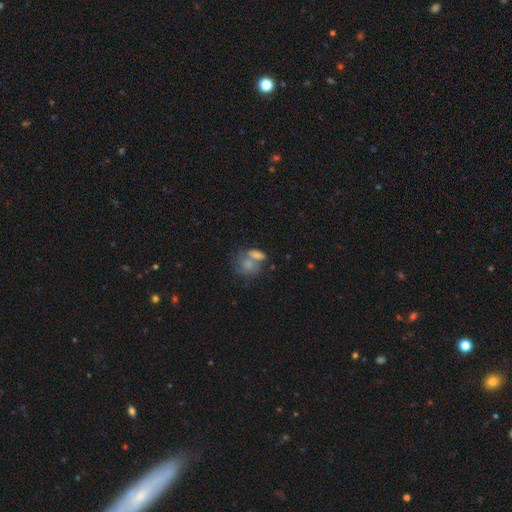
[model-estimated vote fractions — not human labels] Smooth or featured? Predicted: smooth (p=0.52). How rounded? Predicted: in between (p=0.60). Merging? Predicted: merger (p=0.52).